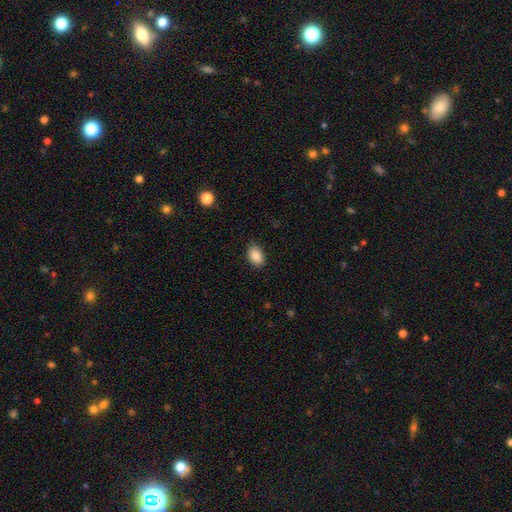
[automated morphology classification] smooth_or_featured: smooth (p=0.88) [alt: star or artifact p=0.08]
how_rounded: in between (p=0.85) [alt: round p=0.14]
merging: none (p=0.84) [alt: minor disturbance p=0.12]